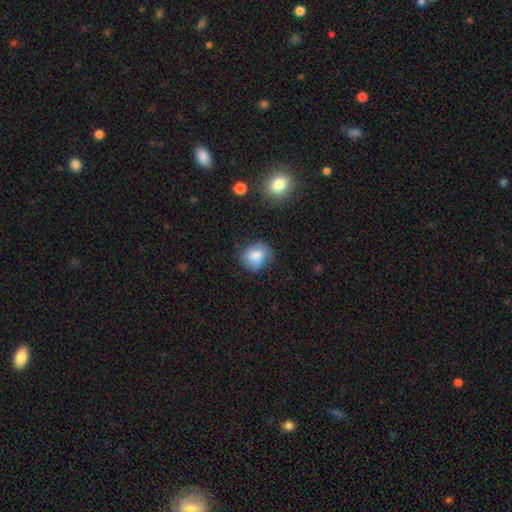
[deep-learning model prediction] Smooth or featured? Predicted: smooth (p=0.80). How rounded? Predicted: round (p=0.65). Merging? Predicted: none (p=0.68).